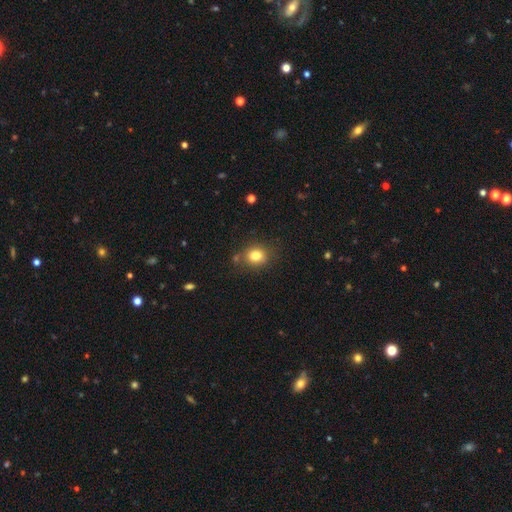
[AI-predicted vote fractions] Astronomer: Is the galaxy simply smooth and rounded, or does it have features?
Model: smooth — 81%.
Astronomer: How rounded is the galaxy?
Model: round — 67%.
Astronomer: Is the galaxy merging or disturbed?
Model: none — 75%.